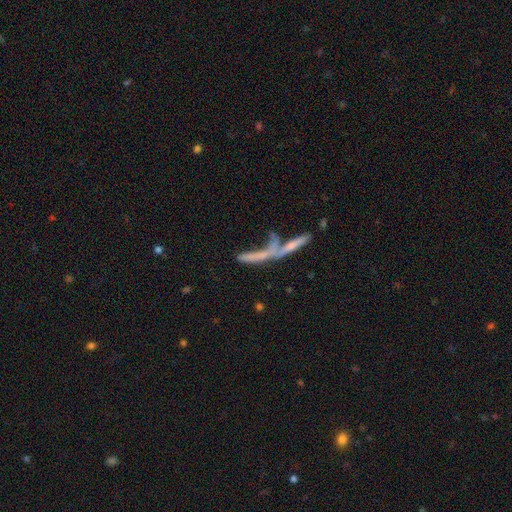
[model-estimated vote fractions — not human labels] Smooth or featured? smooth (50%)
Merging? merger (51%)